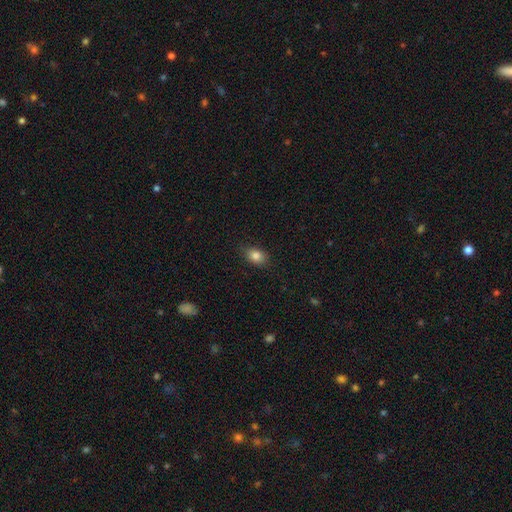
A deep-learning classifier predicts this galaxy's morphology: Smooth or featured? Predicted: smooth (p=0.83). How rounded? Predicted: in between (p=0.75). Merging? Predicted: none (p=0.82).